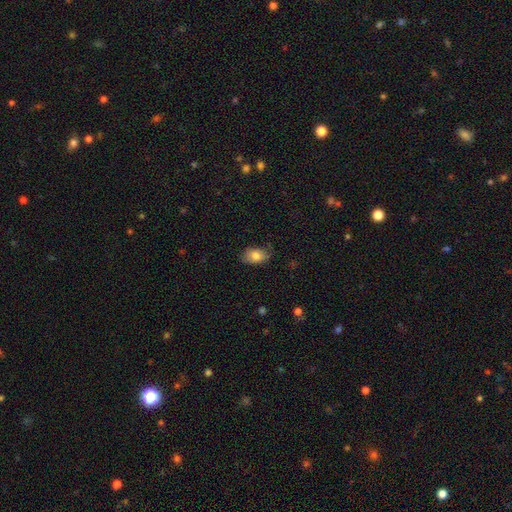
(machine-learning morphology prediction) Smooth or featured?
  - smooth: 82% *
  - featured or disk: 10%
  - star or artifact: 8%
How rounded?
  - in between: 88% *
  - round: 11%
  - cigar-shaped: 1%
Merging?
  - none: 78% *
  - minor disturbance: 18%
  - major disturbance: 3%
  - merger: 1%